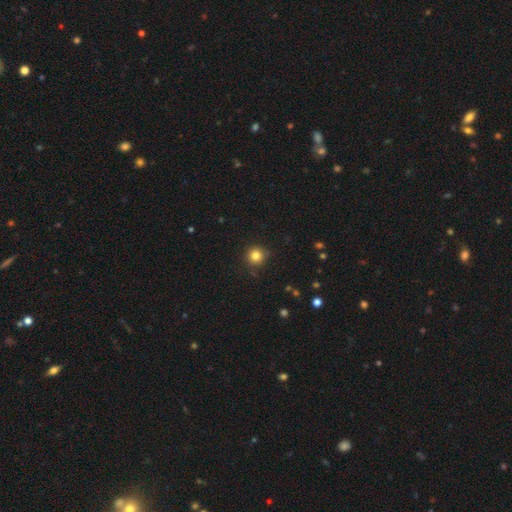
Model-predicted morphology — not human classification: smooth_or_featured: smooth (p=0.82) [alt: star or artifact p=0.12]
how_rounded: round (p=0.94) [alt: in between p=0.05]
merging: none (p=0.88) [alt: minor disturbance p=0.09]